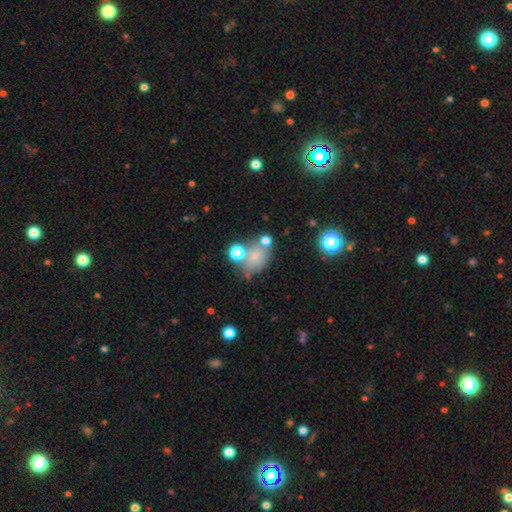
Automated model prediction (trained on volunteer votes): This is likely a smooth galaxy (66%). How rounded: possibly in between (57%). Merging: possibly none (47%).